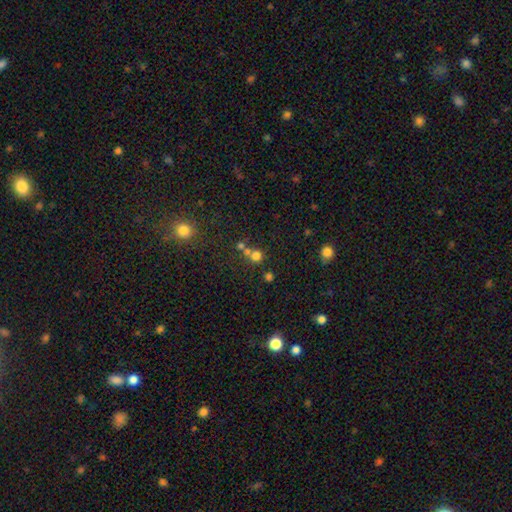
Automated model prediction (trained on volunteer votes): Morphology: type=smooth (72%); roundness=round (89%); merging=none (55%).